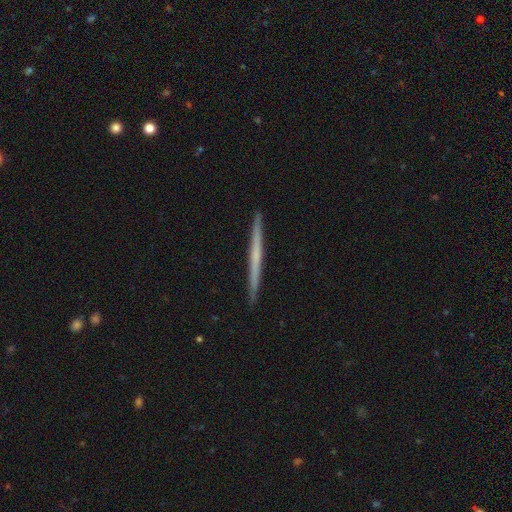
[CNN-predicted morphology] Overall: featured or disk (58%; smooth 36%). Edge-on disk: yes (98%). Edge-on bulge: none (84%). Merging: none (93%).